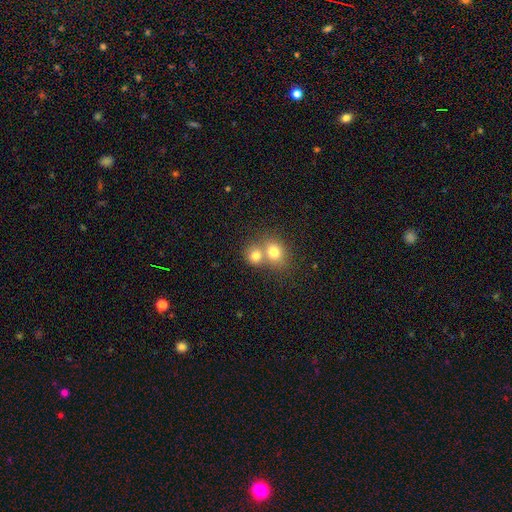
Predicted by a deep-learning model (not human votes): Smooth or featured: smooth — 76% (featured or disk — 12%)
How rounded: round — 74% (in between — 25%)
Merging: merger — 56% (none — 35%)